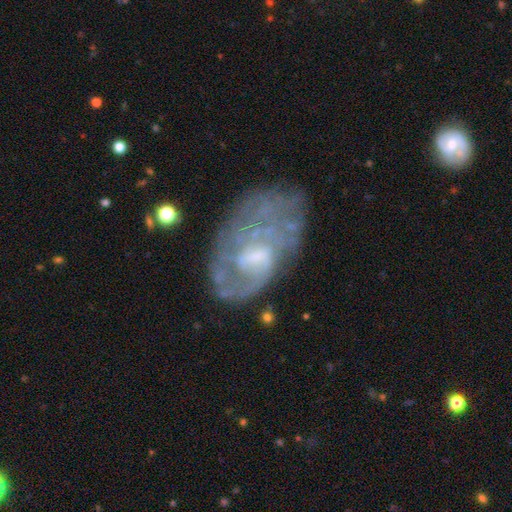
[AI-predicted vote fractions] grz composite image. It shows a featured or disk galaxy (71%) with a weak bar (47%), spiral arms (64%) and a small central bulge (37%). Merging: none (50%).